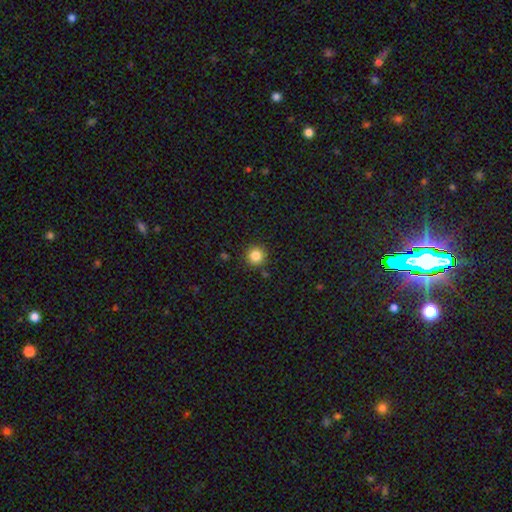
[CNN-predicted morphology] Smooth or featured?
  - smooth: 84% *
  - star or artifact: 11%
  - featured or disk: 5%
How rounded?
  - round: 94% *
  - in between: 5%
  - cigar-shaped: 1%
Merging?
  - none: 88% *
  - minor disturbance: 7%
  - merger: 2%
  - major disturbance: 2%